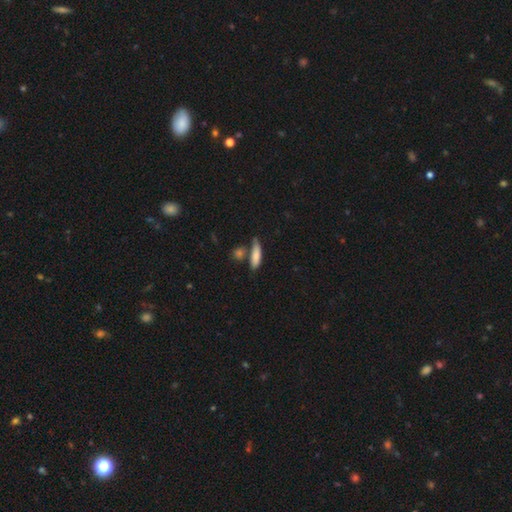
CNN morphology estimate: A smooth galaxy with no disk features (80%) that is cigar-shaped (60%).

Vote fractions:
- Smooth or featured? smooth: 80% / featured or disk: 13% / star or artifact: 7%
- How rounded? cigar-shaped: 60% / in between: 38% / round: 2%
- Merging? none: 60% / merger: 18% / minor disturbance: 17% / major disturbance: 5%